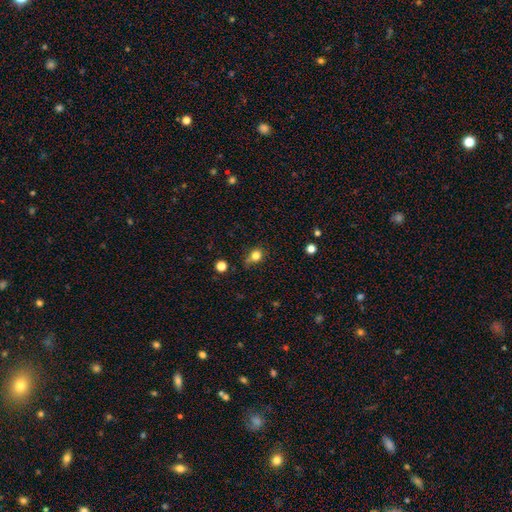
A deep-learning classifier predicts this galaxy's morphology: Q: Smooth or featured?
A: smooth (80%); runner-up: star or artifact (13%)
Q: How rounded?
A: round (76%); runner-up: in between (23%)
Q: Merging?
A: none (53%); runner-up: minor disturbance (29%)